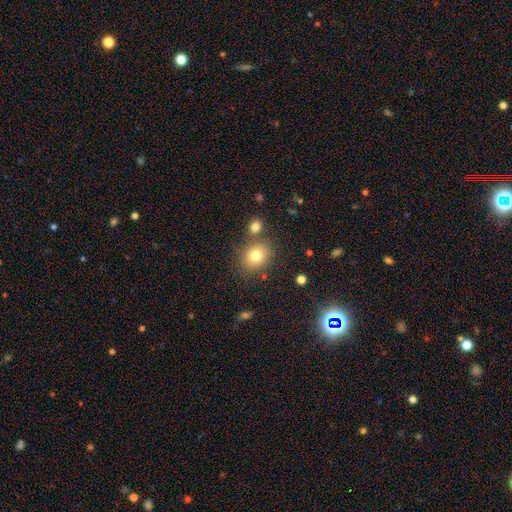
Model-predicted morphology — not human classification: Q: Smooth or featured?
A: smooth (78%); runner-up: star or artifact (12%)
Q: How rounded?
A: round (62%); runner-up: in between (38%)
Q: Merging?
A: none (73%); runner-up: merger (13%)